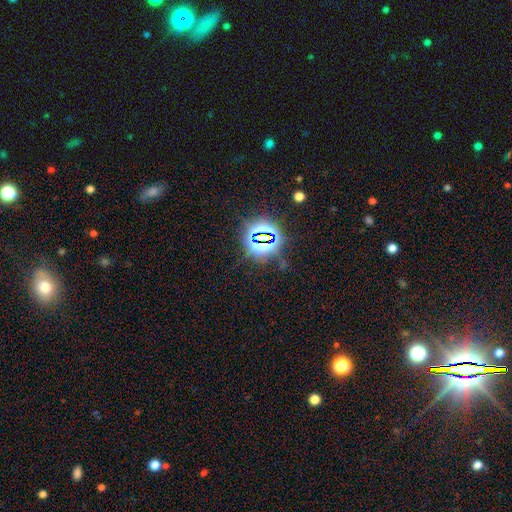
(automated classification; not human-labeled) This appears to be a star or artifact, not a galaxy (79%).